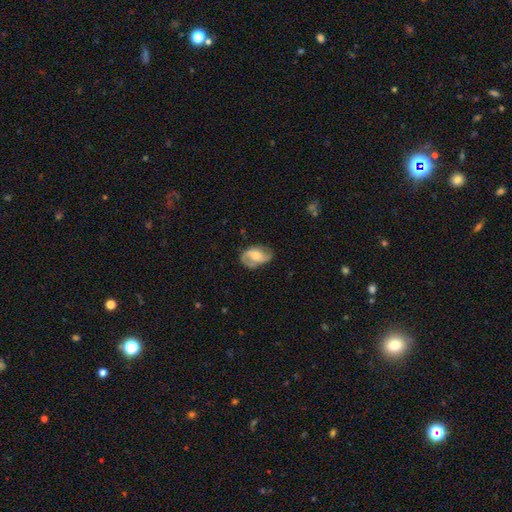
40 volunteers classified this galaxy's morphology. type=featured or disk (62%); edge-on=no (96%); bar=no (46%); spiral arms=yes (100%); winding=tight (42%); arm count=2 (88%); bulge=moderate (33%, tied with small); merging=none (75%).